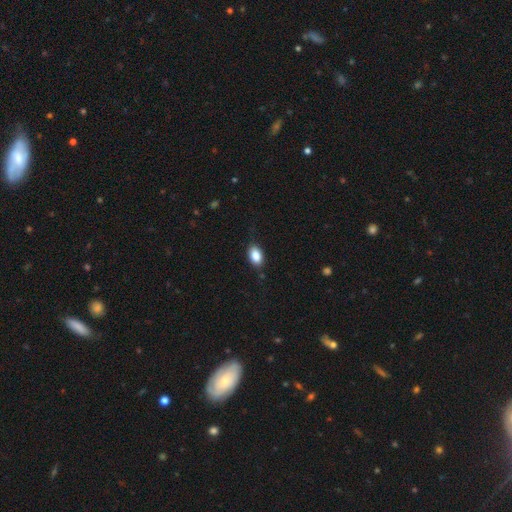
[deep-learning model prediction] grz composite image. It shows a smooth galaxy with no disk features (87%) that is in between round and cigar-shaped (90%). Merging: none (81%).